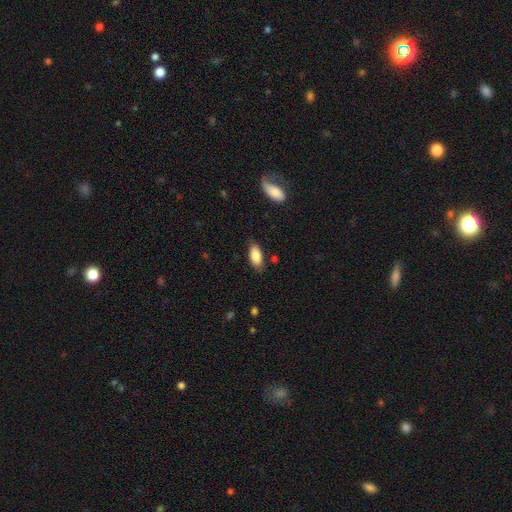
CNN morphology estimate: smooth-or-featured: smooth: 85% | featured or disk: 8% | star or artifact: 6%
  how-rounded: in between: 89% | cigar-shaped: 9% | round: 2%
  merging: none: 80% | minor disturbance: 15% | major disturbance: 3% | merger: 2%